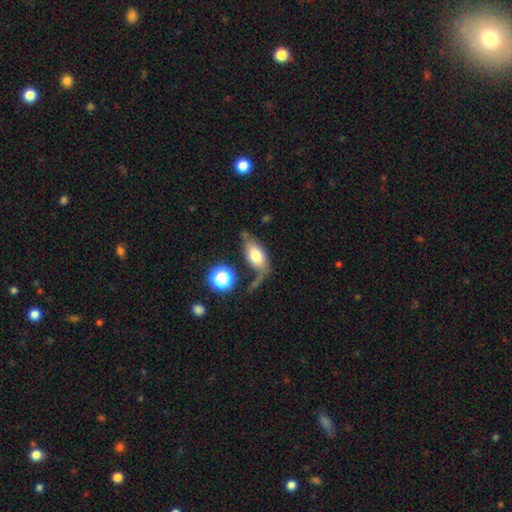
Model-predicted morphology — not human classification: The model was most divided on "merging": none: 43%, minor disturbance: 22%, major disturbance: 19%, merger: 15%. More confident: how rounded — in between (87%); smooth or featured — smooth (67%).